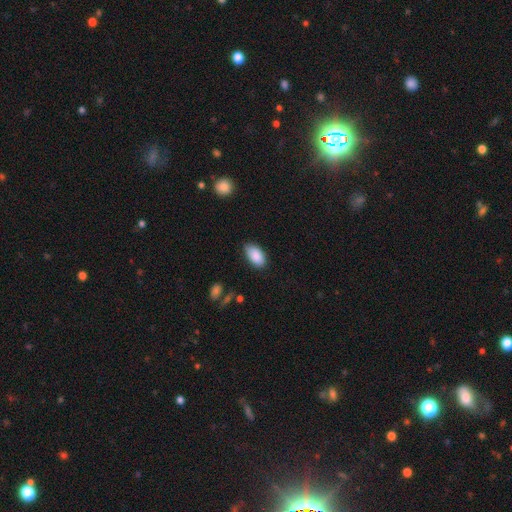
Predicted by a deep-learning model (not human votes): Smooth or featured: smooth — 88% (star or artifact — 7%)
How rounded: in between — 95% (round — 3%)
Merging: none — 79% (minor disturbance — 17%)